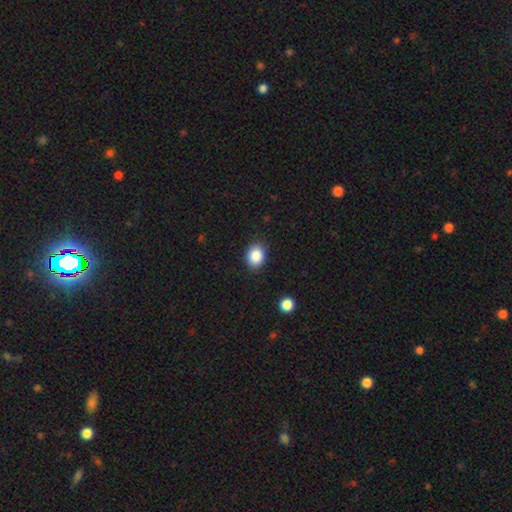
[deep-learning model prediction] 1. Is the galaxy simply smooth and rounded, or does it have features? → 87% smooth, 9% star or artifact, 4% featured or disk.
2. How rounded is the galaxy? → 53% in between, 46% round, 1% cigar-shaped.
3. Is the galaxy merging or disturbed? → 87% none, 9% minor disturbance, 2% major disturbance, 1% merger.